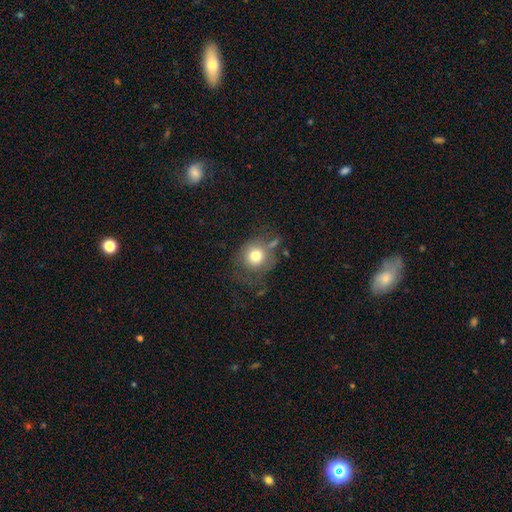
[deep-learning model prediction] The model was most divided on "merging": none: 55%, minor disturbance: 22%, major disturbance: 15%, merger: 7%. More confident: how rounded — round (83%); smooth or featured — smooth (74%).